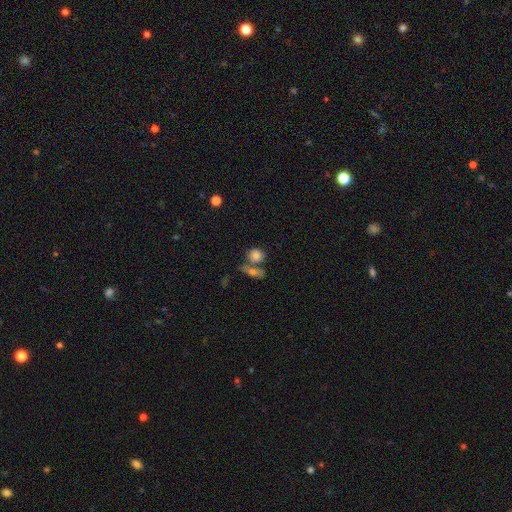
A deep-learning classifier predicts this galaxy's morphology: The model was most divided on "merging": none: 47%, merger: 36%, minor disturbance: 12%, major disturbance: 5%. More confident: smooth or featured — smooth (77%); how rounded — round (69%).